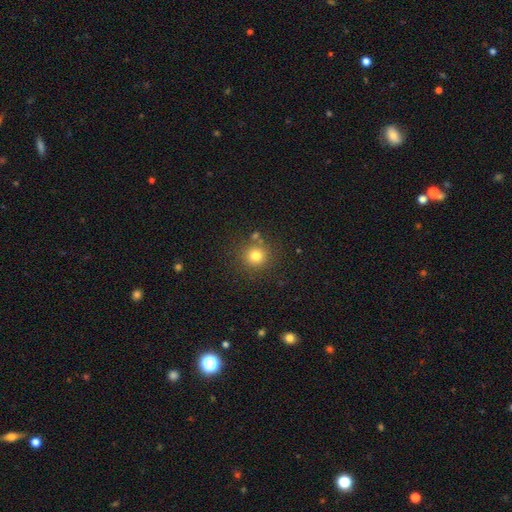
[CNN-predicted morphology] Smooth or featured? smooth (78%)
How rounded? round (93%)
Merging? none (82%)